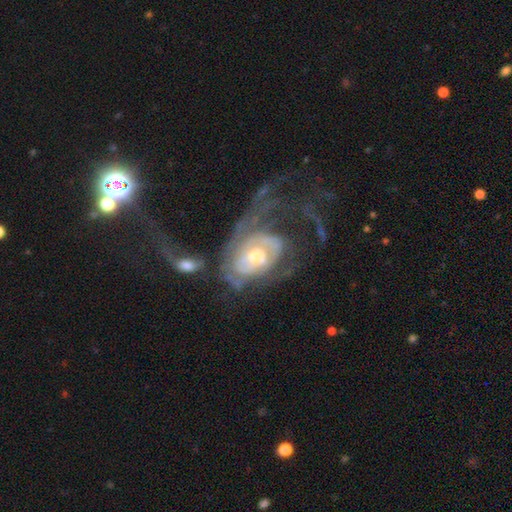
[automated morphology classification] type=featured or disk (82%); edge-on=no (96%); bar=no (65%); spiral arms=yes (81%); winding=tight (51%); arm count=can't tell (44%); bulge=moderate (62%); merging=major disturbance (46%).